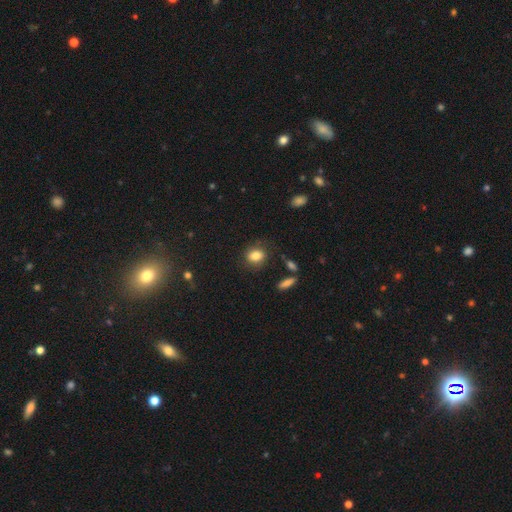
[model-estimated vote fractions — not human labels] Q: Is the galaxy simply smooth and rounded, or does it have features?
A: smooth — 82%.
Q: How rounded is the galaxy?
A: in between — 50%.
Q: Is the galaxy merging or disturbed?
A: none — 79%.